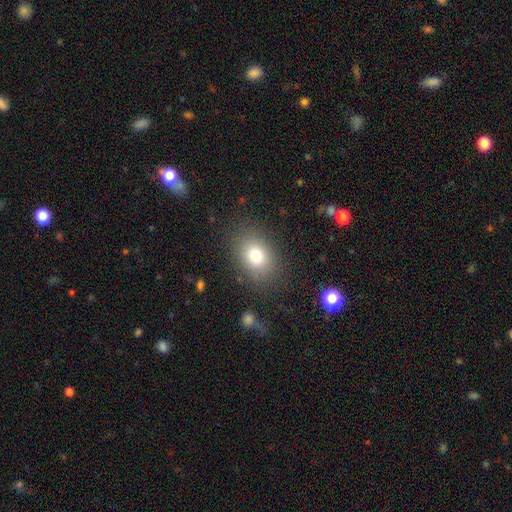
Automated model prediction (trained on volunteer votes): A smooth galaxy with no disk features (77%) that is in between round and cigar-shaped (65%).

Vote fractions:
- Smooth or featured? smooth: 77% / star or artifact: 12% / featured or disk: 11%
- How rounded? in between: 65% / round: 34% / cigar-shaped: 1%
- Merging? none: 83% / minor disturbance: 10% / major disturbance: 5% / merger: 2%